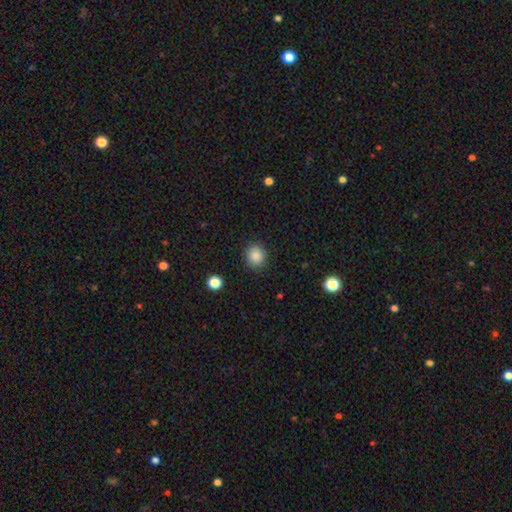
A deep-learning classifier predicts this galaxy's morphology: This is clearly a smooth galaxy (87%). How rounded: likely round (79%). Merging: clearly none (89%).